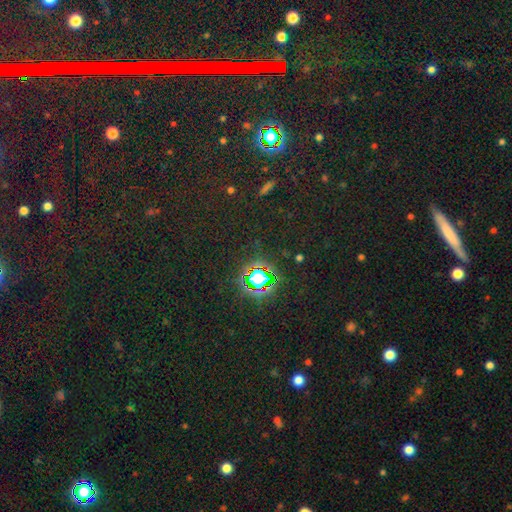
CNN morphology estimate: This appears to be a star or artifact, not a galaxy (79%).